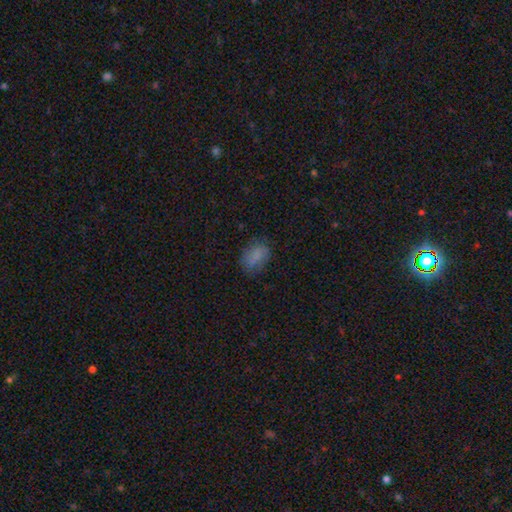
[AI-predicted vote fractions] This is likely a smooth galaxy (77%). How rounded: clearly in between (82%). Merging: likely none (70%).